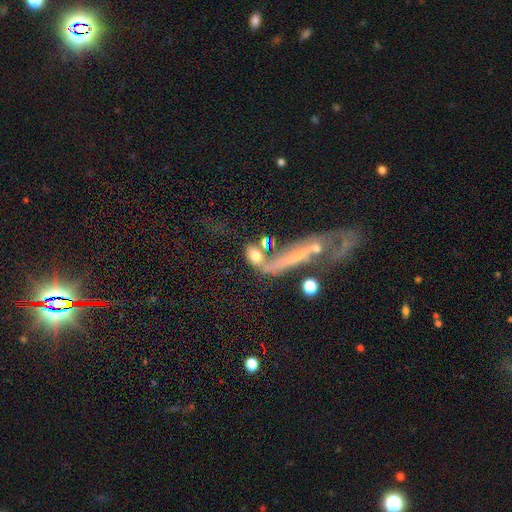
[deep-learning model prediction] smooth 65%, featured or disk 25%, star or artifact 10%. Down the decision tree: how rounded — in between (64%); merging — merger (38%).